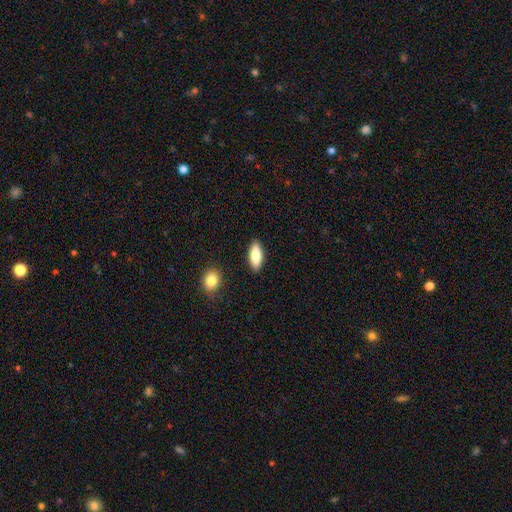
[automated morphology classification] Smooth or featured: smooth — 81% (featured or disk — 13%)
How rounded: in between — 74% (cigar-shaped — 24%)
Merging: none — 88% (minor disturbance — 8%)